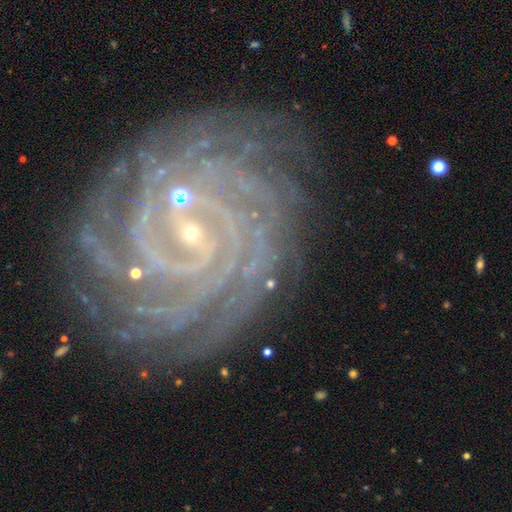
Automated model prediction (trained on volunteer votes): smooth_or_featured: featured or disk (p=0.91) [alt: star or artifact p=0.06]
disk_edge_on: no (p=0.98) [alt: yes p=0.02]
bar: weak (p=0.39) [alt: strong p=0.33]
has_spiral_arms: yes (p=0.99) [alt: no p=0.01]
spiral_winding: tight (p=0.80) [alt: medium p=0.17]
spiral_arm_count: more than 4 (p=0.23) [alt: 4 p=0.22]
bulge_size: small (p=0.86) [alt: moderate p=0.09]
merging: none (p=0.77) [alt: minor disturbance p=0.15]